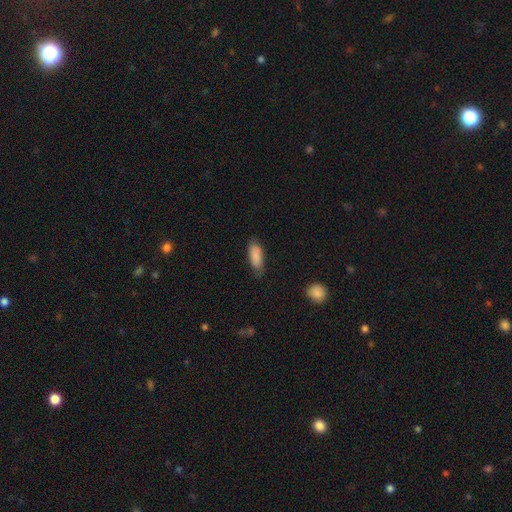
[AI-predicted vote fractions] Smooth or featured: smooth — 86% (featured or disk — 8%)
How rounded: in between — 77% (cigar-shaped — 21%)
Merging: none — 72% (minor disturbance — 22%)